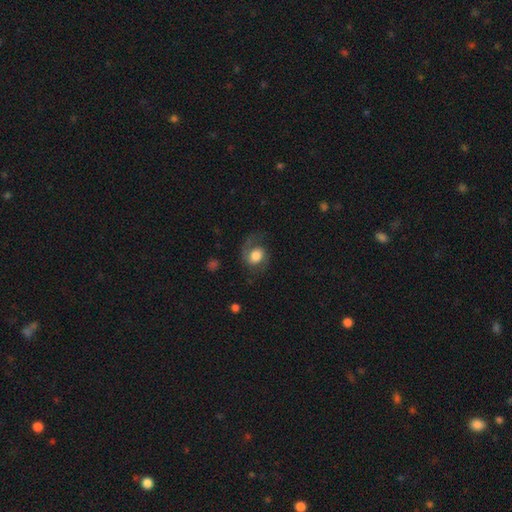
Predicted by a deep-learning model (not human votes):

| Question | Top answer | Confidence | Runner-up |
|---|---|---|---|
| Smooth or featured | featured or disk | 48% | smooth (43%) |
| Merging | none | 58% | major disturbance (21%) |